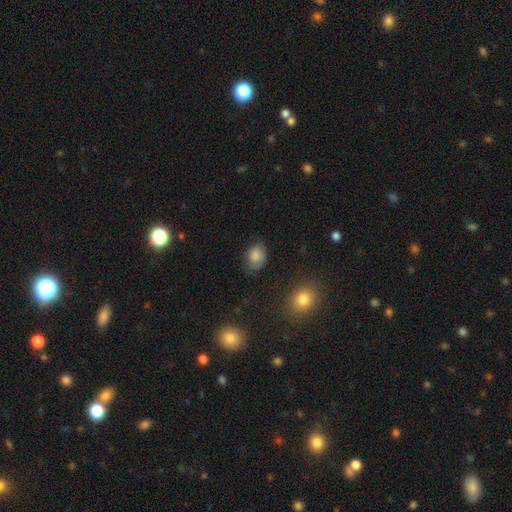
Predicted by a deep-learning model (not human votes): smooth_or_featured: smooth (p=0.84) [alt: star or artifact p=0.09]
how_rounded: in between (p=0.73) [alt: round p=0.26]
merging: none (p=0.66) [alt: minor disturbance p=0.26]